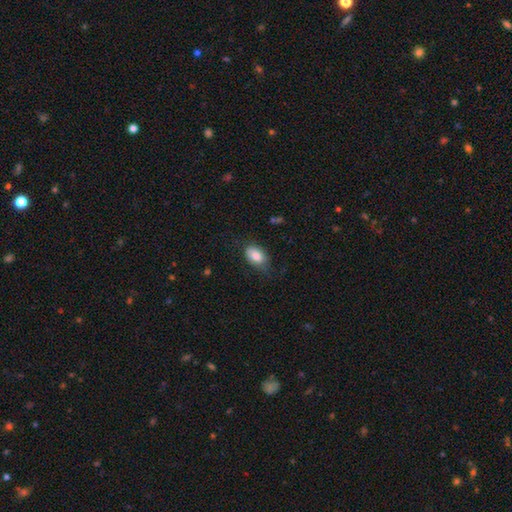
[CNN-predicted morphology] smooth 80%, featured or disk 13%, star or artifact 7%. Down the decision tree: how rounded — in between (89%); merging — none (65%).